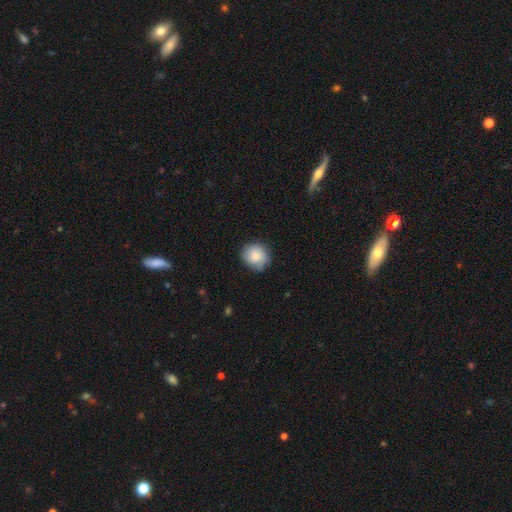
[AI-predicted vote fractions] The model was most divided on "merging": none: 76%, minor disturbance: 19%, major disturbance: 4%, merger: 1%. More confident: how rounded — round (83%); smooth or featured — smooth (76%).